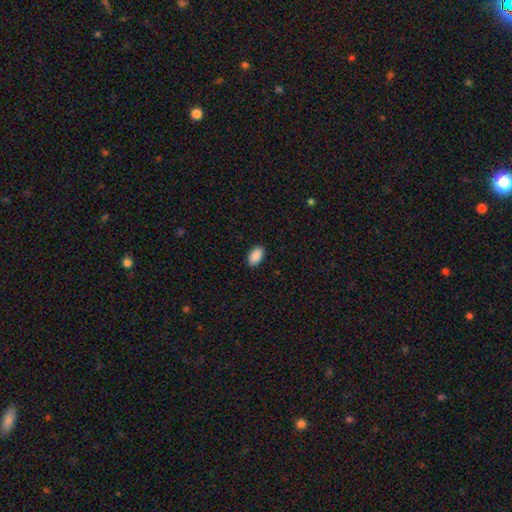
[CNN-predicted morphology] Smooth or featured? Predicted: smooth (p=0.91). How rounded? Predicted: in between (p=0.95). Merging? Predicted: none (p=0.90).